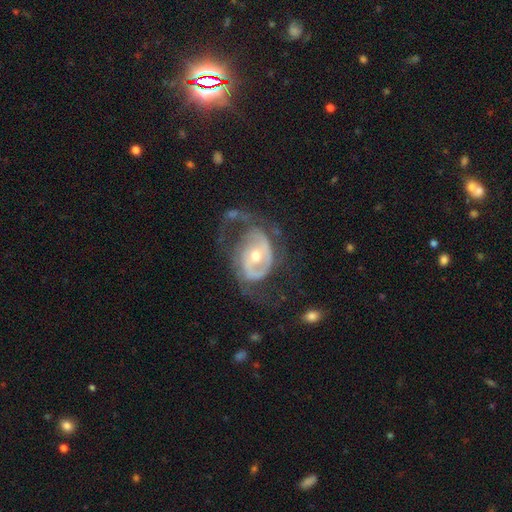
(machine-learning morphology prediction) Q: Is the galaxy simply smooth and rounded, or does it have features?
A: featured or disk — 80%.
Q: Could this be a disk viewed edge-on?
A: no — 96%.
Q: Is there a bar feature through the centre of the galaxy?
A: no — 49%.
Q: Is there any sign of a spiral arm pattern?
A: yes — 78%.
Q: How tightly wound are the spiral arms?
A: medium — 39%.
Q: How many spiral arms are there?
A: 2 — 56%.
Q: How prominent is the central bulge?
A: moderate — 58%.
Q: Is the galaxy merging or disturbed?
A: none — 39%.